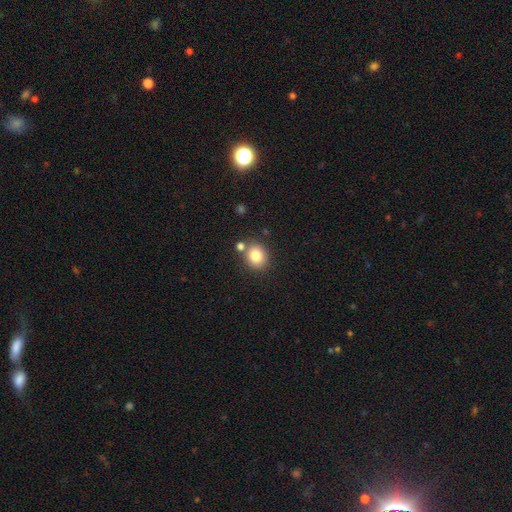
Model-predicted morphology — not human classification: Q: Smooth or featured?
A: smooth (82%); runner-up: star or artifact (10%)
Q: How rounded?
A: round (70%); runner-up: in between (29%)
Q: Merging?
A: none (74%); runner-up: merger (14%)